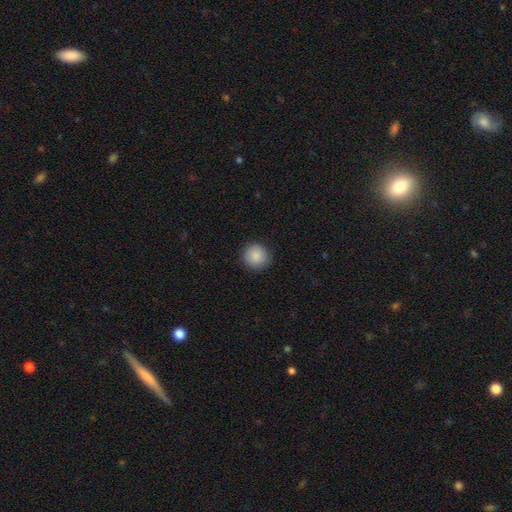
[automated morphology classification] Smooth or featured: smooth — 89% (star or artifact — 8%)
How rounded: round — 93% (in between — 6%)
Merging: none — 91% (minor disturbance — 7%)